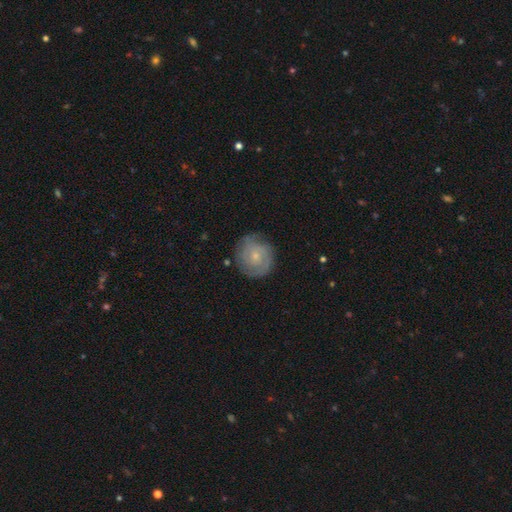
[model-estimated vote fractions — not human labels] Smooth or featured: featured or disk — 65% (smooth — 28%)
Edge-on disk: no — 98% (yes — 2%)
Bar: no — 79% (weak — 18%)
Spiral arms: yes — 87% (no — 13%)
Spiral winding: tight — 68% (medium — 25%)
Spiral arm count: can't tell — 36% (2 — 35%)
Bulge size: small — 69% (moderate — 26%)
Merging: none — 77% (minor disturbance — 17%)